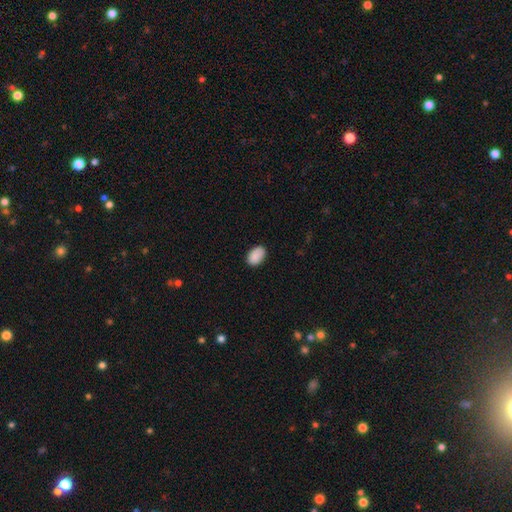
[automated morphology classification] The model was most divided on "merging": none: 84%, minor disturbance: 13%, major disturbance: 2%, merger: 1%. More confident: smooth or featured — smooth (90%); how rounded — in between (89%).